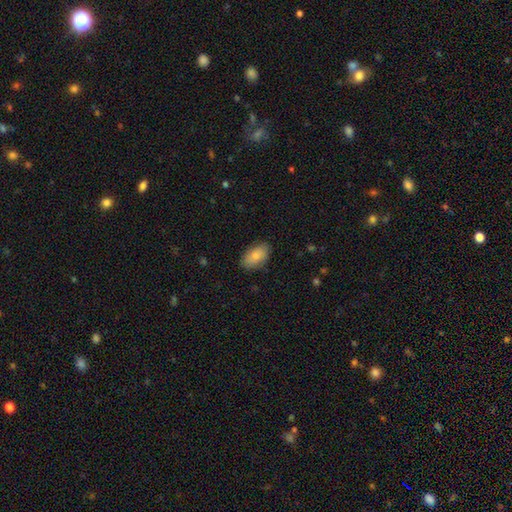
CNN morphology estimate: Overall: smooth (83%). How rounded: in between (93%). Merging: none (84%).